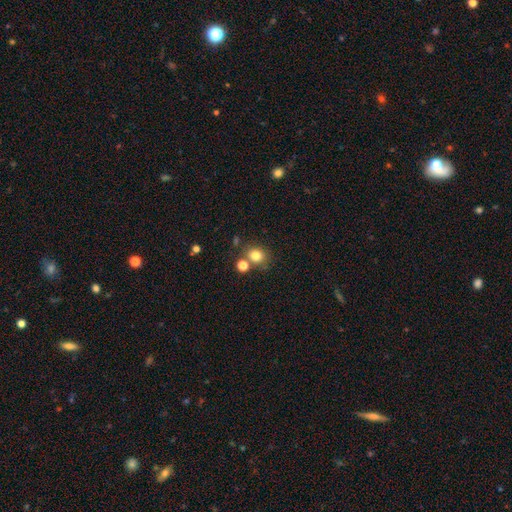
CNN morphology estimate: Smooth or featured?
  - smooth: 80% *
  - star or artifact: 13%
  - featured or disk: 7%
How rounded?
  - round: 69% *
  - in between: 30%
  - cigar-shaped: 1%
Merging?
  - none: 68% *
  - merger: 17%
  - minor disturbance: 11%
  - major disturbance: 4%